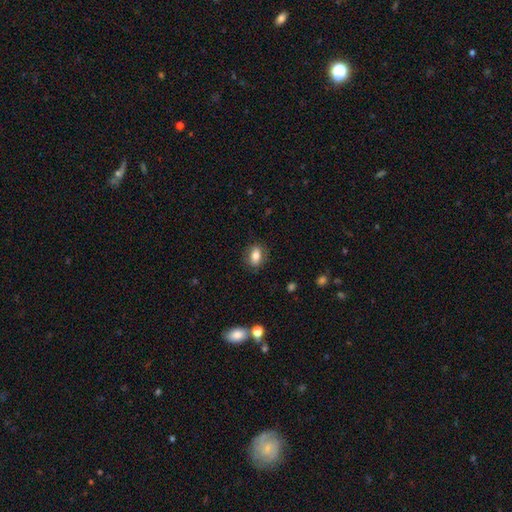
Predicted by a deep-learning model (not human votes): Smooth or featured? Predicted: smooth (p=0.78). How rounded? Predicted: in between (p=0.76). Merging? Predicted: none (p=0.84).